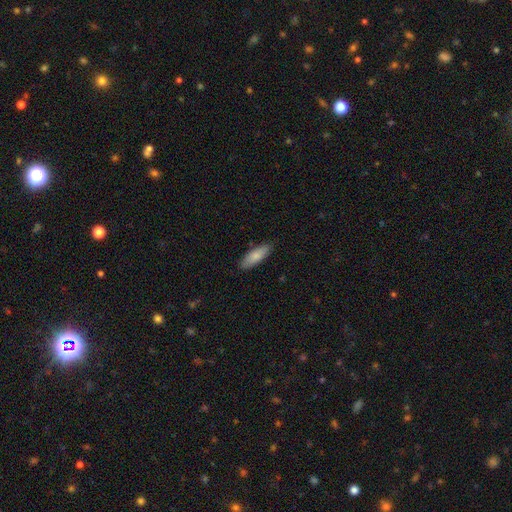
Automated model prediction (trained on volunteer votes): Smooth or featured? smooth (82%)
How rounded? in between (58%)
Merging? none (86%)